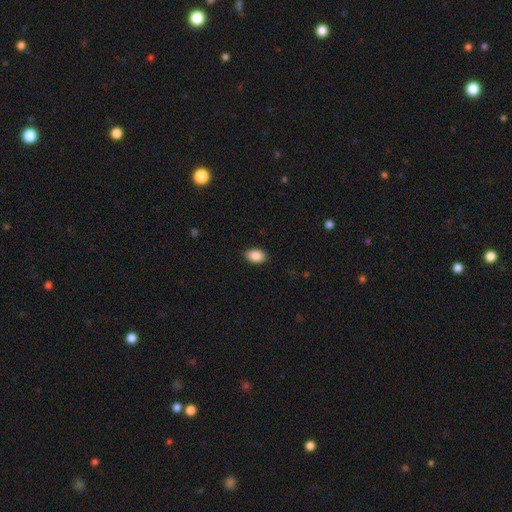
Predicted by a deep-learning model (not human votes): smooth 89%, star or artifact 8%, featured or disk 4%. Down the decision tree: how rounded — in between (86%); merging — none (87%).